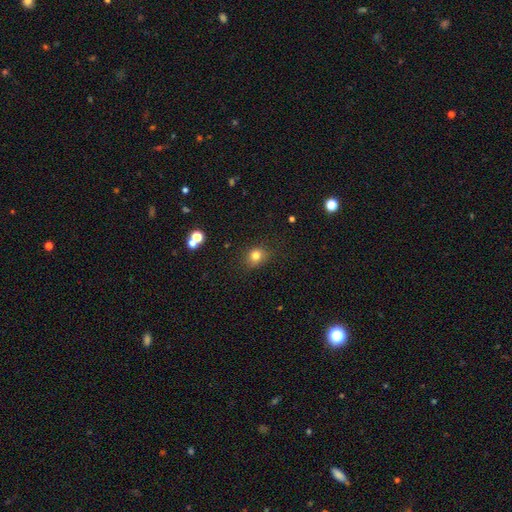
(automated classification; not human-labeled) Q: Smooth or featured?
A: smooth (79%); runner-up: star or artifact (14%)
Q: How rounded?
A: round (68%); runner-up: in between (31%)
Q: Merging?
A: none (81%); runner-up: minor disturbance (13%)